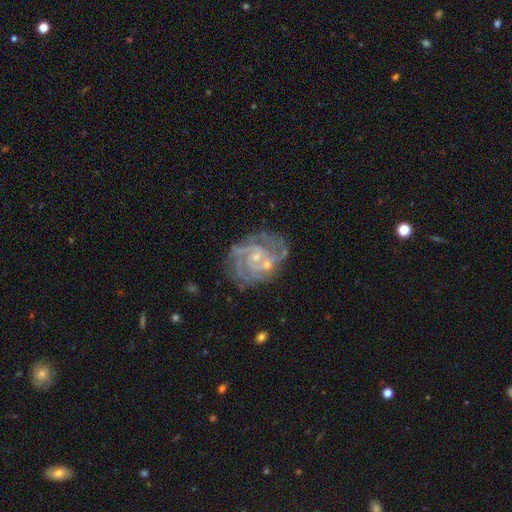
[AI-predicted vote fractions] Q: Smooth or featured?
A: featured or disk (89%); runner-up: star or artifact (5%)
Q: Edge-on disk?
A: no (98%); runner-up: yes (2%)
Q: Bar?
A: no (60%); runner-up: weak (33%)
Q: Spiral arms?
A: yes (97%); runner-up: no (3%)
Q: Spiral winding?
A: tight (60%); runner-up: medium (35%)
Q: Spiral arm count?
A: 2 (44%); runner-up: 3 (25%)
Q: Bulge size?
A: small (68%); runner-up: moderate (25%)
Q: Merging?
A: none (58%); runner-up: minor disturbance (21%)